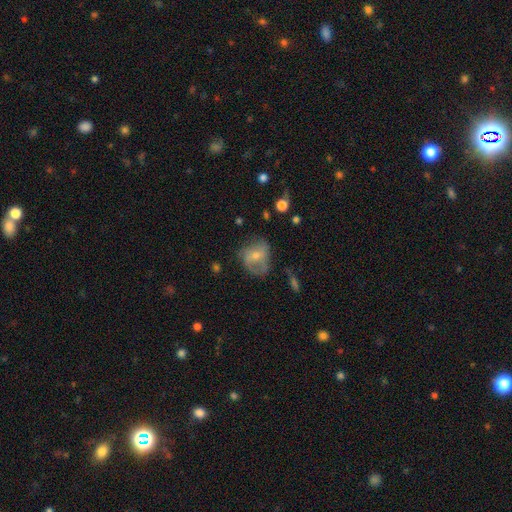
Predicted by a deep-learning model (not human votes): This is possibly a smooth galaxy (51%). How rounded: possibly round (56%). Merging: marginally none (44%).